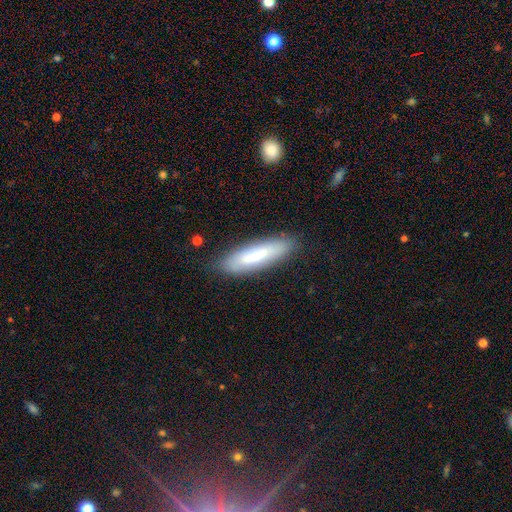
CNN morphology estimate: Q: Smooth or featured?
A: smooth (70%); runner-up: featured or disk (24%)
Q: How rounded?
A: cigar-shaped (69%); runner-up: in between (30%)
Q: Merging?
A: none (82%); runner-up: minor disturbance (13%)